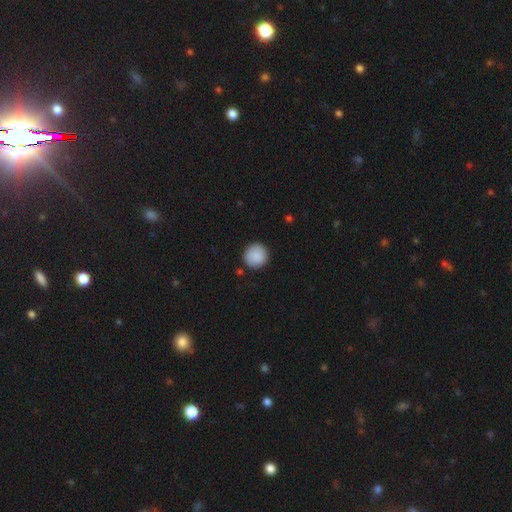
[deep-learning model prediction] A smooth galaxy with no disk features (89%) that is round (95%).

Vote fractions:
- Smooth or featured? smooth: 89% / star or artifact: 7% / featured or disk: 4%
- How rounded? round: 95% / in between: 4% / cigar-shaped: 1%
- Merging? none: 90% / minor disturbance: 7% / major disturbance: 2% / merger: 1%